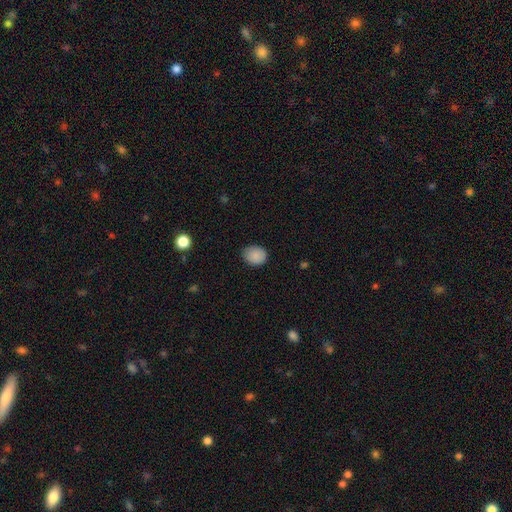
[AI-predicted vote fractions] This appears to be a smooth galaxy with no disk features (88%) that is round (59%). Merging: none (82%).